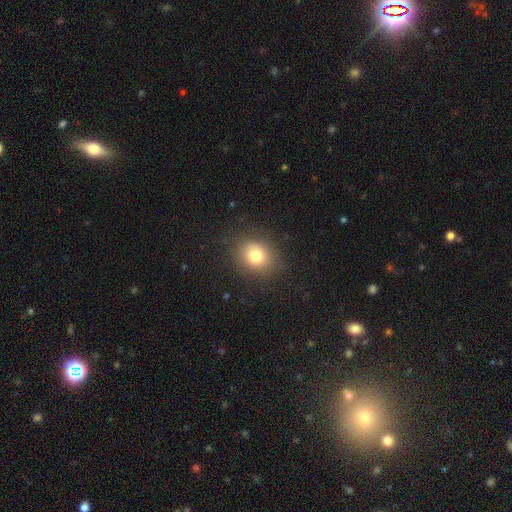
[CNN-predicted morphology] smooth 79%, star or artifact 12%, featured or disk 9%. Down the decision tree: how rounded — round (63%); merging — none (85%).